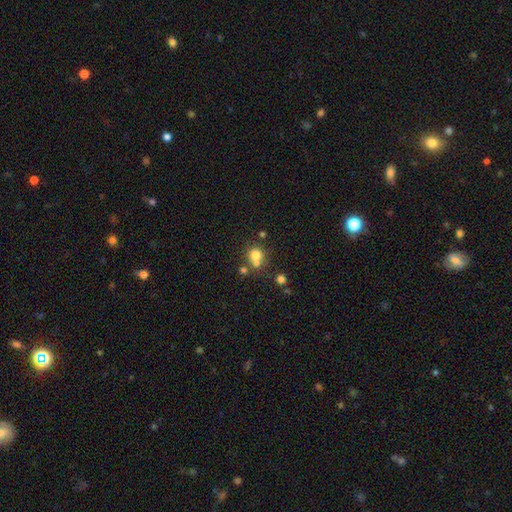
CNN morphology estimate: This appears to be a smooth galaxy with no disk features (73%) that is round (87%). Merging: none (54%).